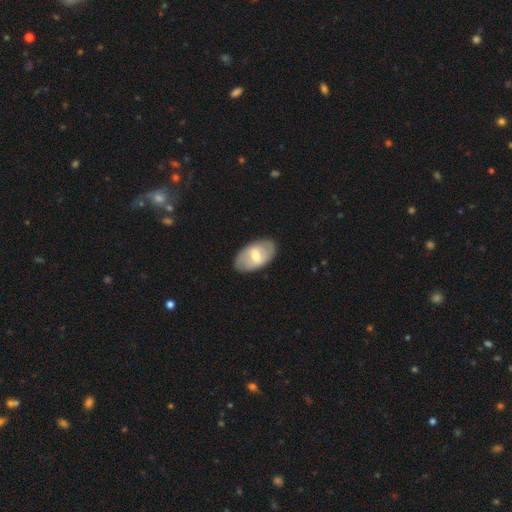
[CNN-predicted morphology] Smooth or featured?
  - smooth: 47% * (tied)
  - featured or disk: 47% * (tied)
  - star or artifact: 6%
Merging?
  - none: 85% *
  - minor disturbance: 11%
  - major disturbance: 3%
  - merger: 1%